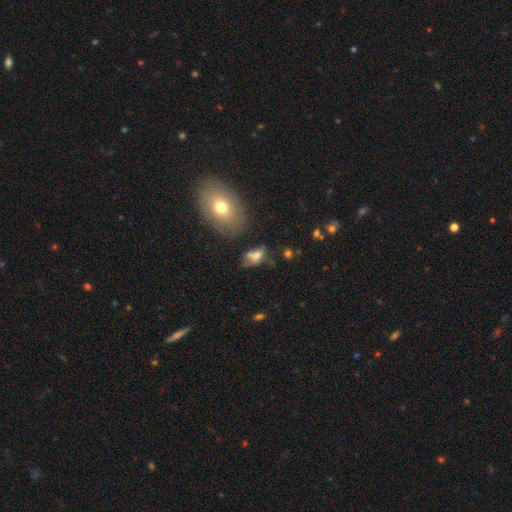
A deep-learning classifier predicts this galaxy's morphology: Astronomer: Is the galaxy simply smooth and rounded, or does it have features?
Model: smooth — 64%.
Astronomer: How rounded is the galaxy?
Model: in between — 83%.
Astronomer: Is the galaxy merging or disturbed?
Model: none — 37% (runner-up: minor disturbance, 24%).